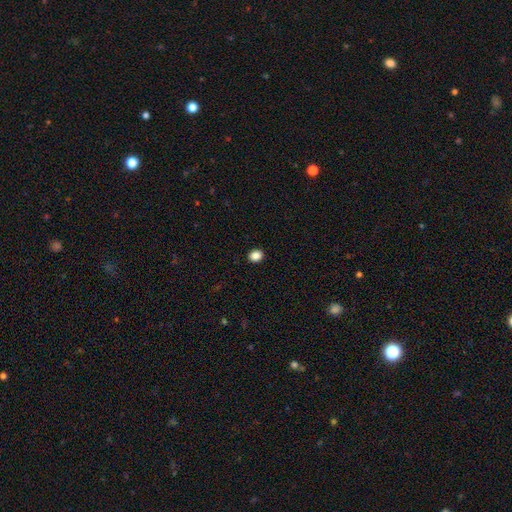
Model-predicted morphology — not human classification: Q: Smooth or featured?
A: smooth (87%); runner-up: star or artifact (10%)
Q: How rounded?
A: round (61%); runner-up: in between (38%)
Q: Merging?
A: none (92%); runner-up: minor disturbance (5%)